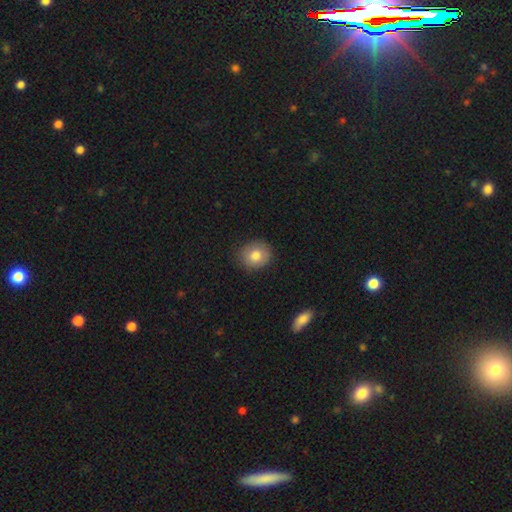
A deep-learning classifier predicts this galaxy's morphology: The model was most divided on "how rounded": round: 77%, in between: 22%, cigar-shaped: 1%. More confident: merging — none (85%); smooth or featured — smooth (80%).